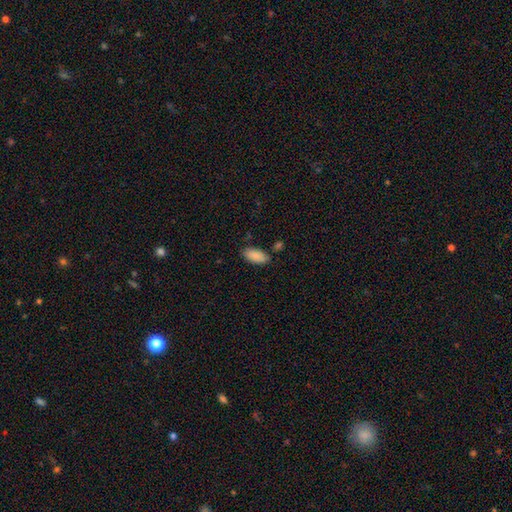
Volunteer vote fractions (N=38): smooth-or-featured: smooth: 82% | featured or disk: 11% | star or artifact: 8%
  how-rounded: in between: 94% | round: 3% | cigar-shaped: 3%
  merging: none: 74% | minor disturbance: 14% | merger: 9% | major disturbance: 3%